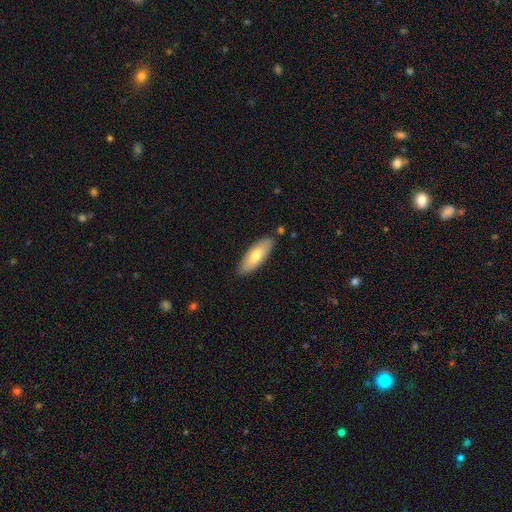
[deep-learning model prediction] Morphology: type=smooth (70%); roundness=in between (71%); merging=none (84%).